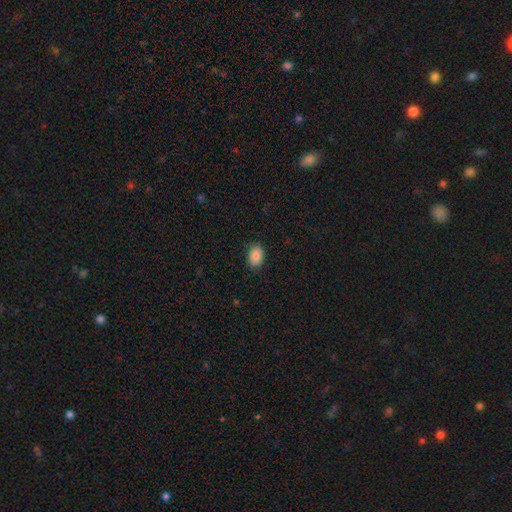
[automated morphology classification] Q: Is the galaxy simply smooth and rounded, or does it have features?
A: smooth — 88%.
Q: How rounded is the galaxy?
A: in between — 80%.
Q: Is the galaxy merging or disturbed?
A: none — 85%.